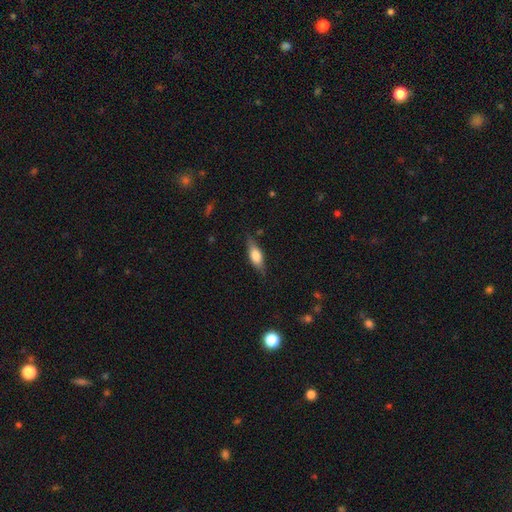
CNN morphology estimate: Smooth or featured?
  - smooth: 56% *
  - featured or disk: 37%
  - star or artifact: 7%
How rounded?
  - in between: 62% *
  - cigar-shaped: 34%
  - round: 4%
Merging?
  - none: 78% *
  - minor disturbance: 17%
  - major disturbance: 4%
  - merger: 1%